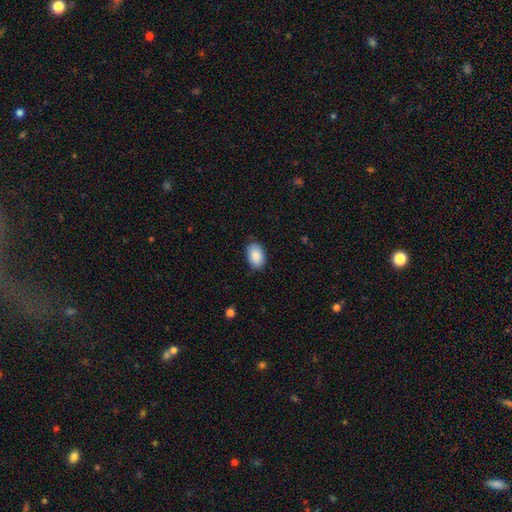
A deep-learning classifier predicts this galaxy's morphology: Overall: smooth (89%). How rounded: in between (91%). Merging: none (83%).